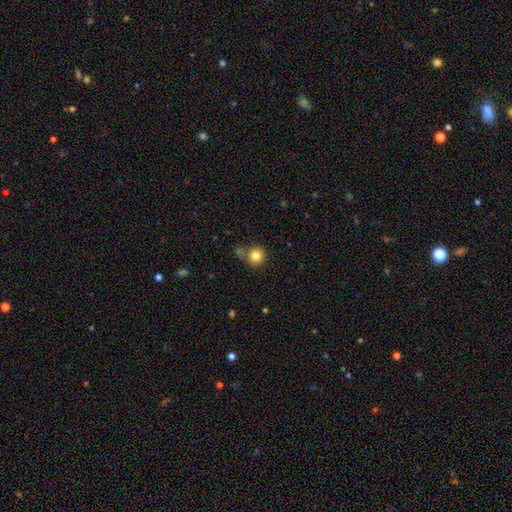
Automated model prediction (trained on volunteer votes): A smooth galaxy with no disk features (82%) that is round (92%). Merging: none (70%).